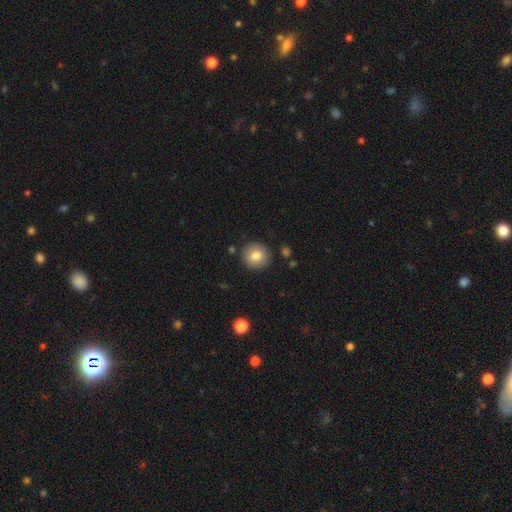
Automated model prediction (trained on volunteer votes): Overall: smooth (82%). How rounded: round (93%). Merging: none (89%).